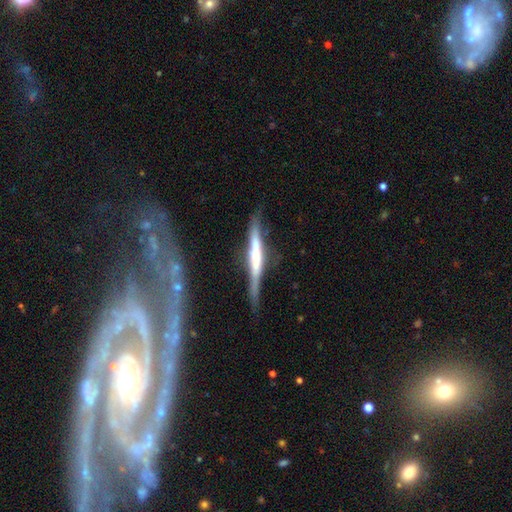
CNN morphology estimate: This is likely a featured or disk galaxy (64%). It is clearly viewed edge-on (92%). Edge-on bulge: marginally none (36%). Merging: likely none (64%).